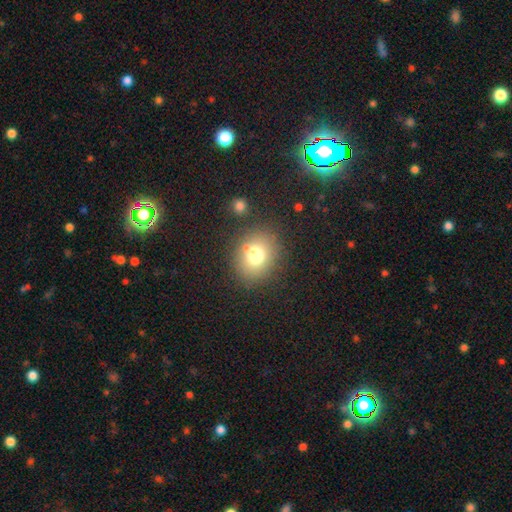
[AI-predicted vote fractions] Overall: smooth (72%). How rounded: round (63%; in between 36%). Merging: none (71%).